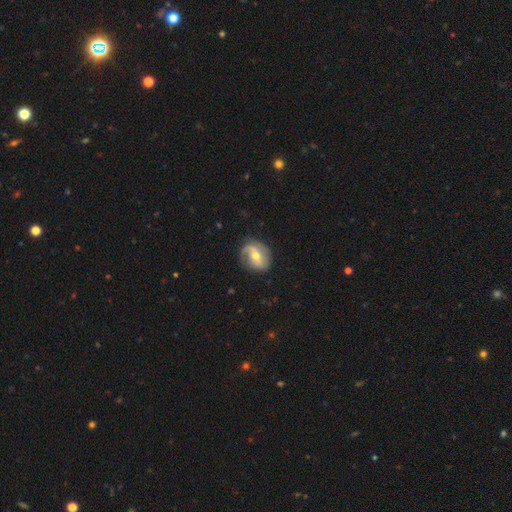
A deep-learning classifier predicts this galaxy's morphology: A featured or disk galaxy (73%) with a weak bar (42%), 2 (60%) medium (38%) spiral arms (87%) and a moderate central bulge (63%).

Vote fractions:
- Smooth or featured? featured or disk: 73% / smooth: 21% / star or artifact: 6%
- Edge-on disk? no: 97% / yes: 3%
- Bar? weak: 42% / no: 32% / strong: 26%
- Spiral arms? yes: 87% / no: 13%
- Spiral winding? medium: 38% / loose: 32% / tight: 29%
- Spiral arm count? 2: 60% / 1: 26% / can't tell: 10% / 3: 2% / 4: 1% / more than 4: 1%
- Bulge size? moderate: 63% / small: 33% / large: 2% / none: 1% / dominant: 1%
- Merging? none: 72% / minor disturbance: 19% / major disturbance: 8% / merger: 1%